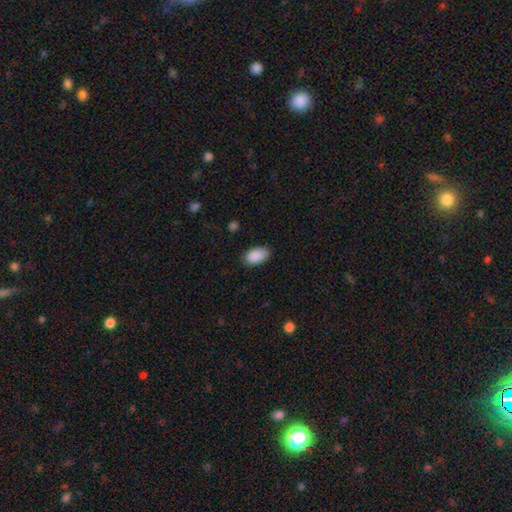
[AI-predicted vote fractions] smooth-or-featured: smooth: 90% | star or artifact: 7% | featured or disk: 3%
  how-rounded: in between: 94% | round: 5% | cigar-shaped: 1%
  merging: none: 83% | minor disturbance: 13% | major disturbance: 3% | merger: 1%